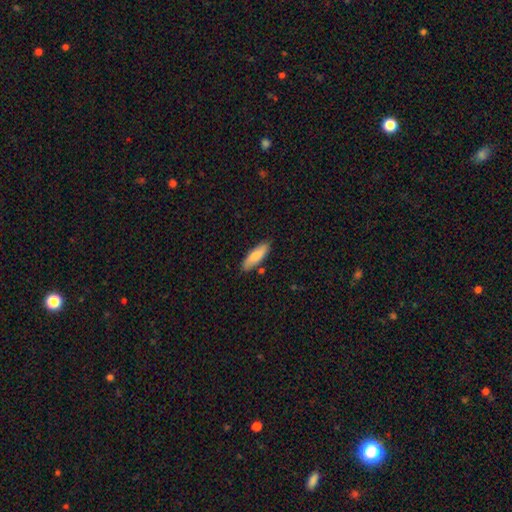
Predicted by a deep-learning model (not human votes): A smooth galaxy with no disk features (81%) that is cigar-shaped (49%, tied with in between).

Vote fractions:
- Smooth or featured? smooth: 81% / featured or disk: 14% / star or artifact: 6%
- How rounded? cigar-shaped: 49% (tied) / in between: 49% (tied) / round: 2%
- Merging? none: 82% / minor disturbance: 12% / merger: 3% / major disturbance: 2%